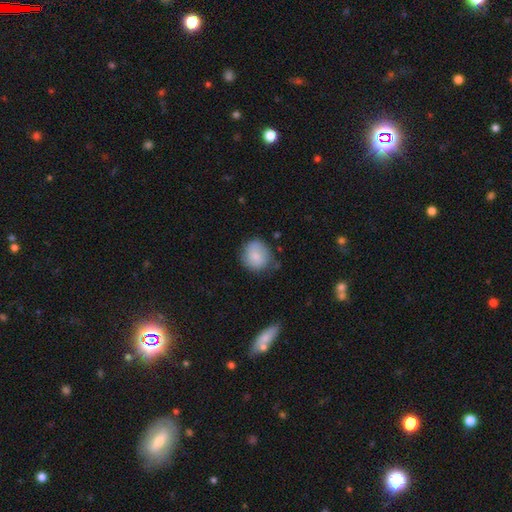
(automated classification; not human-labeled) Smooth or featured? Predicted: smooth (p=0.79). How rounded? Predicted: round (p=0.80). Merging? Predicted: none (p=0.66).